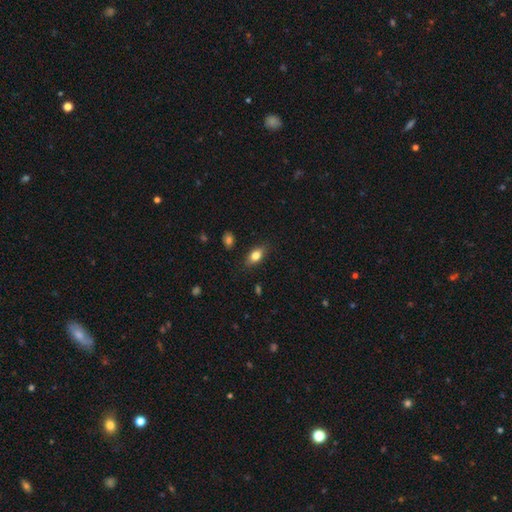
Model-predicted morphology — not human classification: This is likely a smooth galaxy (79%). How rounded: clearly in between (86%). Merging: clearly none (84%).